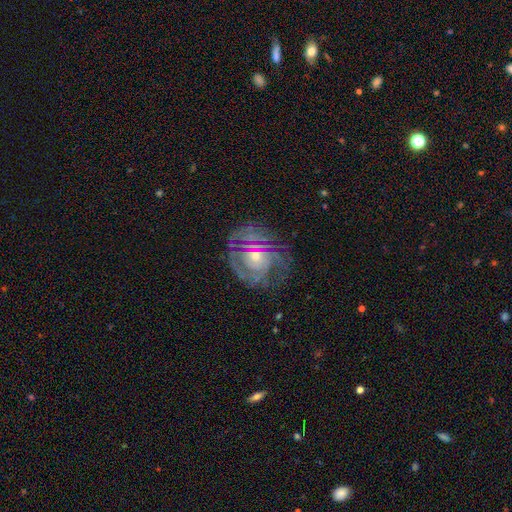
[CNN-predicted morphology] Smooth or featured?
  - featured or disk: 82% *
  - smooth: 9%
  - star or artifact: 9%
Edge-on disk?
  - no: 97% *
  - yes: 3%
Bar?
  - no: 65% *
  - weak: 28%
  - strong: 8%
Spiral arms?
  - yes: 93% *
  - no: 7%
Spiral winding?
  - tight: 70% *
  - medium: 24%
  - loose: 6%
Spiral arm count?
  - can't tell: 32% *
  - 3: 22%
  - 2: 20%
  - 4: 11%
  - more than 4: 7%
  - 1: 7%
Bulge size?
  - moderate: 54% *
  - small: 39%
  - large: 4%
  - none: 2%
  - dominant: 1%
Merging?
  - none: 70% *
  - minor disturbance: 18%
  - major disturbance: 10%
  - merger: 2%